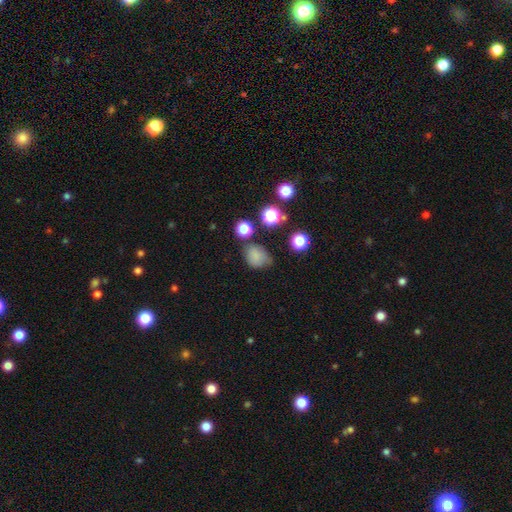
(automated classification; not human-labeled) This appears to be a smooth galaxy with no disk features (75%) that is in between round and cigar-shaped (56%). Merging: none (54%).